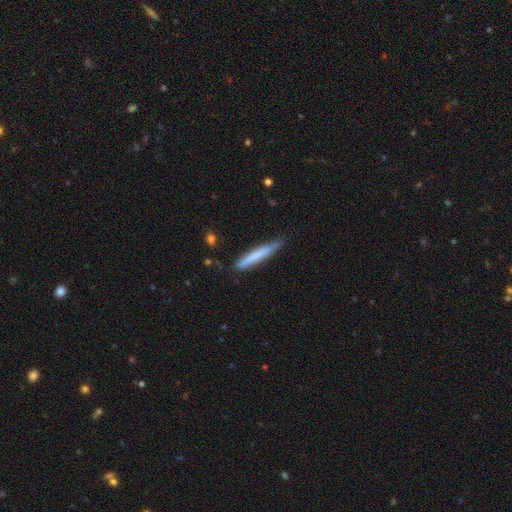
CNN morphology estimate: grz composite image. It shows a smooth galaxy with no disk features (70%) that is cigar-shaped (95%). Merging: none (78%).